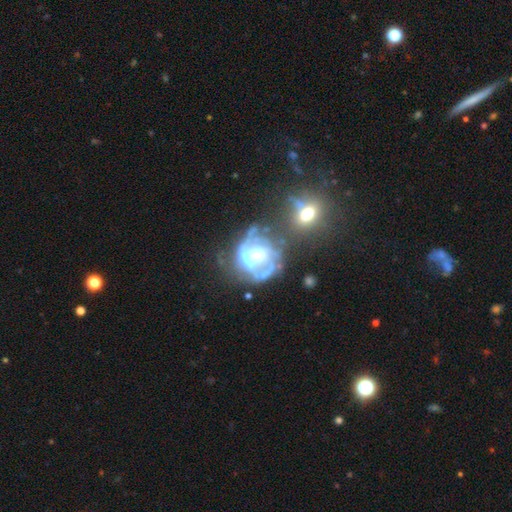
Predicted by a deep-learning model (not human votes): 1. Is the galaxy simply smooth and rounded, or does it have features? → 79% featured or disk, 12% smooth, 9% star or artifact.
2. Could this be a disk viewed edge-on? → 97% no, 3% yes.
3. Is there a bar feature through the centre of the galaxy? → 71% no, 20% weak, 9% strong.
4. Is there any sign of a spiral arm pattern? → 68% yes, 32% no.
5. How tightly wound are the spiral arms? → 40% tight (tied), 40% medium (tied), 20% loose.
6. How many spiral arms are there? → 42% 2, 29% can't tell, 14% 3, 7% 1, 4% 4, 4% more than 4.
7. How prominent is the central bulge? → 66% moderate, 19% large, 10% small, 2% none, 2% dominant.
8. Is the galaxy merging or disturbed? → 37% none, 24% major disturbance, 23% merger, 17% minor disturbance.